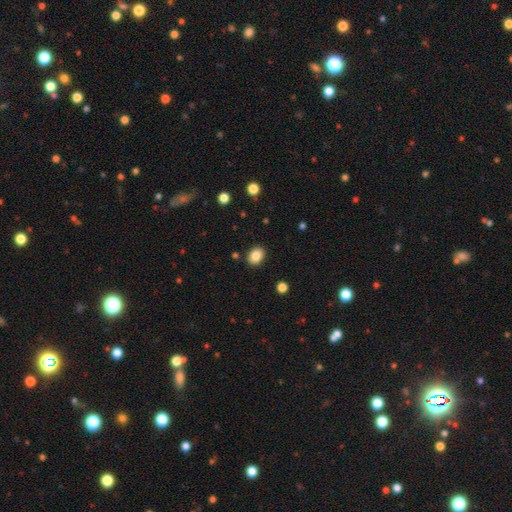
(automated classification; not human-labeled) smooth-or-featured: smooth: 85% | star or artifact: 9% | featured or disk: 6%
  how-rounded: in between: 62% | round: 37% | cigar-shaped: 1%
  merging: none: 88% | minor disturbance: 8% | major disturbance: 2% | merger: 2%